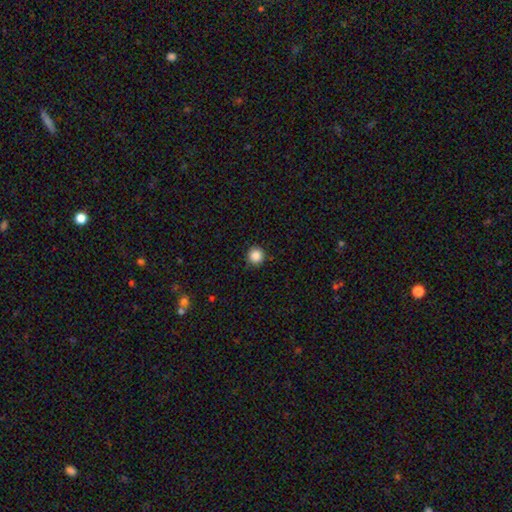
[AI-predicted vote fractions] Smooth or featured? smooth (87%)
How rounded? round (96%)
Merging? none (91%)